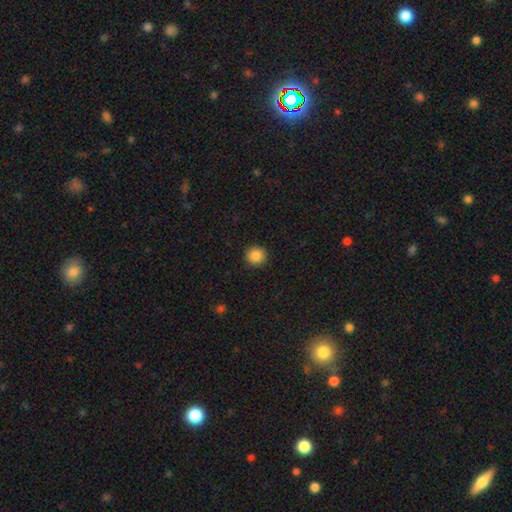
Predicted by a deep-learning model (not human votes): A smooth galaxy with no disk features (87%) that is round (93%).

Vote fractions:
- Smooth or featured? smooth: 87% / star or artifact: 10% / featured or disk: 3%
- How rounded? round: 93% / in between: 6% / cigar-shaped: 1%
- Merging? none: 92% / minor disturbance: 5% / major disturbance: 2% / merger: 1%